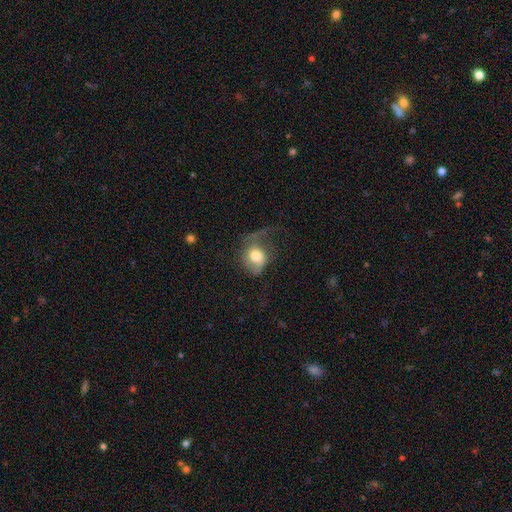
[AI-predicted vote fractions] Smooth or featured: smooth — 58% (featured or disk — 34%)
How rounded: round — 58% (in between — 41%)
Merging: major disturbance — 44% (none — 29%)